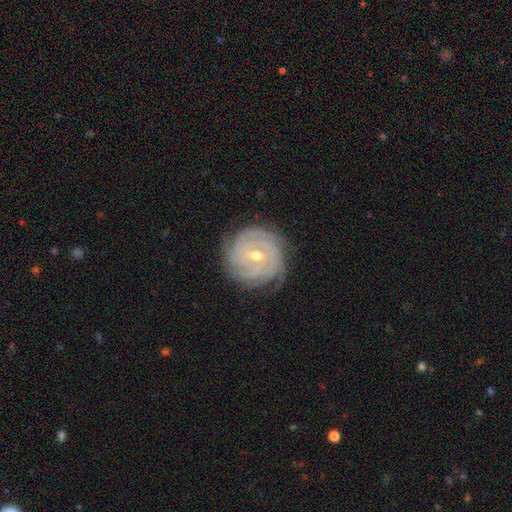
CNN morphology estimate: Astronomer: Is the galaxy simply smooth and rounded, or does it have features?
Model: featured or disk — 88%.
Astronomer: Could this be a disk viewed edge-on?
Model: no — 97%.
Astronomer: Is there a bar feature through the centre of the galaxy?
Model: no — 46% (runner-up: weak, 41%).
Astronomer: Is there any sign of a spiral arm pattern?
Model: yes — 98%.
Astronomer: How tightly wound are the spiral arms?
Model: tight — 86%.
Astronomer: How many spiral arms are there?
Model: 4 — 24%, tied with can't tell and 3 at 24%.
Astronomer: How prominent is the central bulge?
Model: moderate — 51% (runner-up: small, 47%).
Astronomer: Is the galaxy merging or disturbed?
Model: none — 81%.